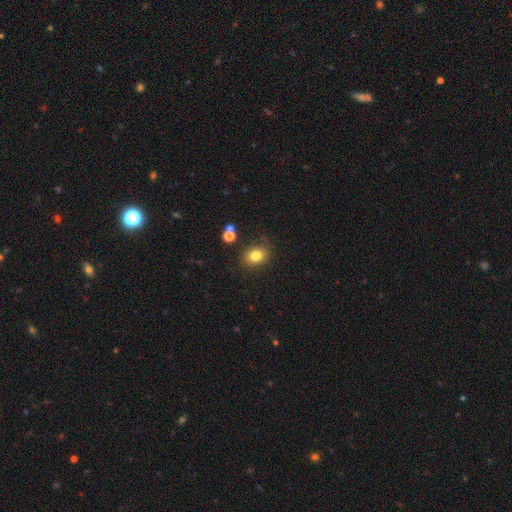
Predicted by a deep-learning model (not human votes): The model was most divided on "how rounded": in between: 58%, round: 41%, cigar-shaped: 1%. More confident: smooth or featured — smooth (80%); merging — none (79%).